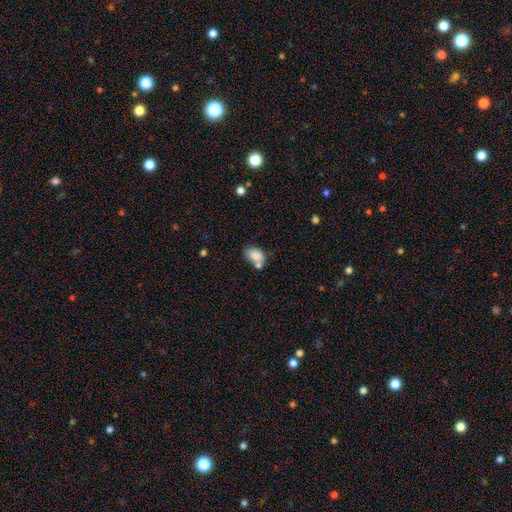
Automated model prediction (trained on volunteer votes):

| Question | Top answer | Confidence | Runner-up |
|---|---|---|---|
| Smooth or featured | smooth | 83% | featured or disk (9%) |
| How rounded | in between | 82% | round (17%) |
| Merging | none | 44% | merger (34%) |